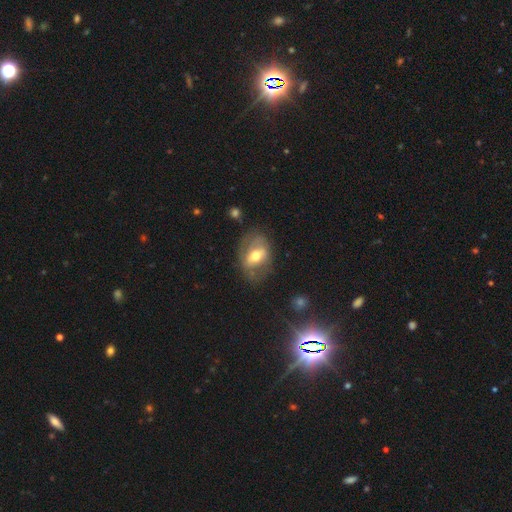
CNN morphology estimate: featured or disk 53%, smooth 39%, star or artifact 7%. Down the decision tree: edge-on disk — no (91%); merging — none (62%).